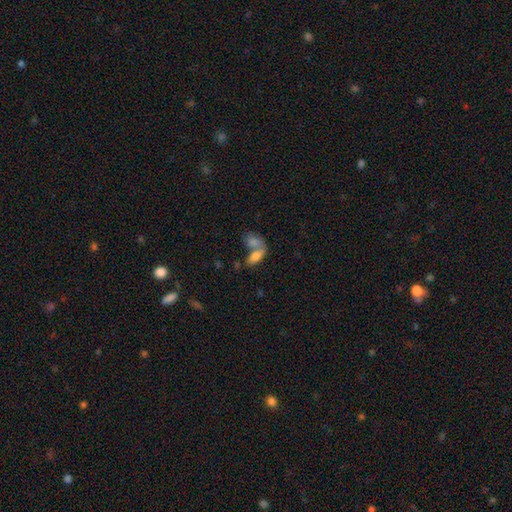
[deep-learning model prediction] Smooth or featured: smooth — 76% (featured or disk — 16%)
How rounded: in between — 87% (cigar-shaped — 7%)
Merging: merger — 63% (none — 24%)